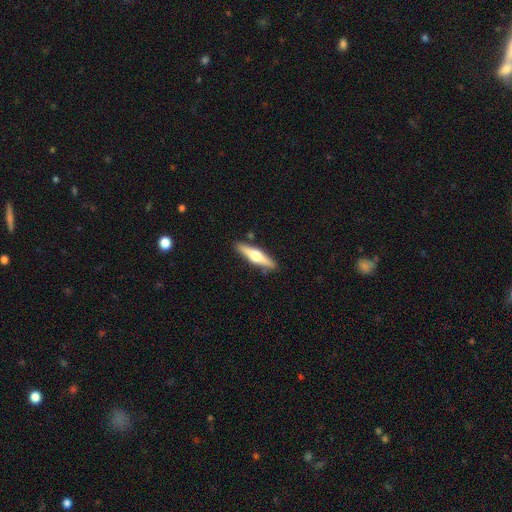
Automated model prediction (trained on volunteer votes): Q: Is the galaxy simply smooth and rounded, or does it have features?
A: featured or disk — 59%.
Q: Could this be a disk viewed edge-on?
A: yes — 95%.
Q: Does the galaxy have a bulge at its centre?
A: rounded — 94%.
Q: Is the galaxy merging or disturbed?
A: none — 87%.